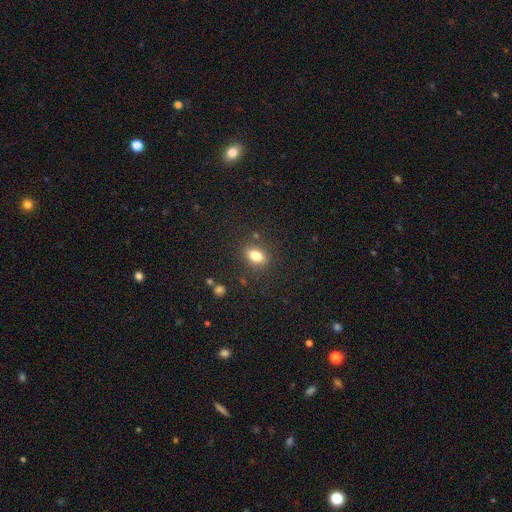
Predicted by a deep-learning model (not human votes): A smooth galaxy with no disk features (81%) that is in between round and cigar-shaped (79%).

Vote fractions:
- Smooth or featured? smooth: 81% / star or artifact: 10% / featured or disk: 9%
- How rounded? in between: 79% / round: 17% / cigar-shaped: 3%
- Merging? none: 84% / minor disturbance: 10% / major disturbance: 3% / merger: 3%